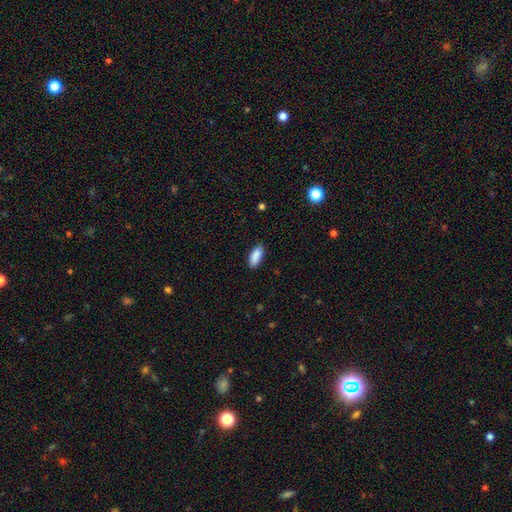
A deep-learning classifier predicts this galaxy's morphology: Q: Smooth or featured?
A: smooth (90%); runner-up: star or artifact (6%)
Q: How rounded?
A: in between (83%); runner-up: cigar-shaped (15%)
Q: Merging?
A: none (86%); runner-up: minor disturbance (10%)